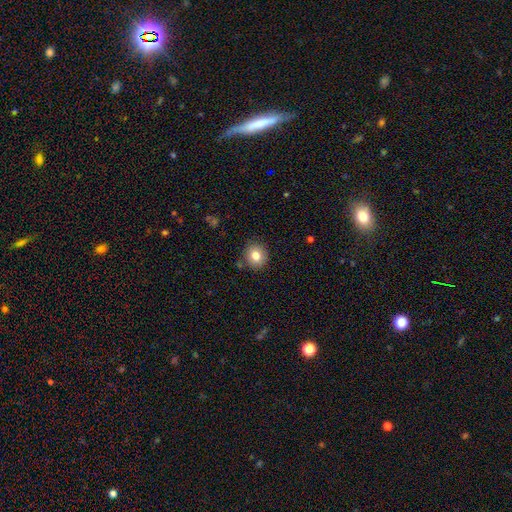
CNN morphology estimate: Smooth or featured? smooth (81%)
How rounded? round (84%)
Merging? none (86%)